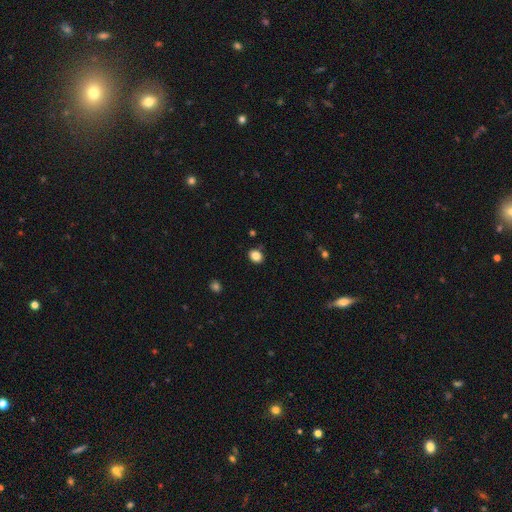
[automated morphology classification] This appears to be a smooth galaxy with no disk features (85%) that is round (62%). Merging: none (86%).